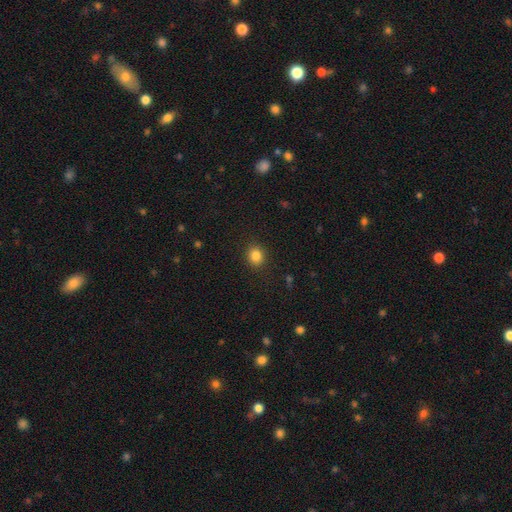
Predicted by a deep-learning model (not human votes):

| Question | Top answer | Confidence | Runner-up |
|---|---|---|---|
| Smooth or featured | smooth | 84% | star or artifact (11%) |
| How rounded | round | 69% | in between (30%) |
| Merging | none | 89% | minor disturbance (7%) |